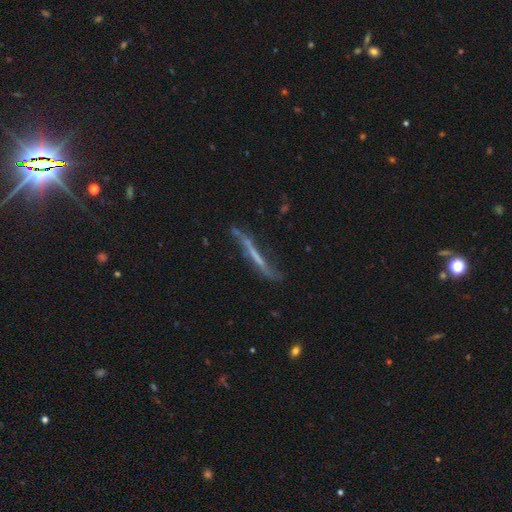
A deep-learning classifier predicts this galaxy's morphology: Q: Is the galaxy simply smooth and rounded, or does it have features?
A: featured or disk — 61%.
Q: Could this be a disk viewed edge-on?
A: yes — 75%.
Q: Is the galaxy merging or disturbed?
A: none — 53%.